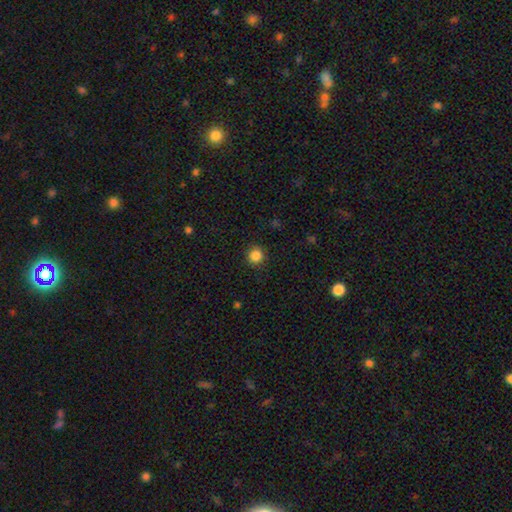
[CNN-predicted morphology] The model was most divided on "smooth or featured": smooth: 85%, star or artifact: 11%, featured or disk: 3%. More confident: how rounded — round (93%); merging — none (91%).